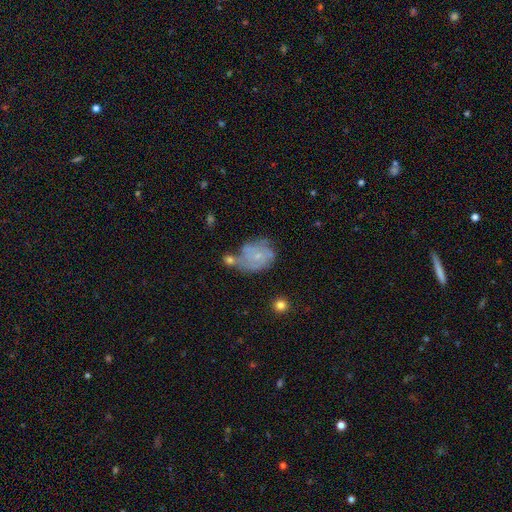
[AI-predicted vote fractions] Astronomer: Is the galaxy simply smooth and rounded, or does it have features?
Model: featured or disk — 66%.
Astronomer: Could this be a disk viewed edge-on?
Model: no — 98%.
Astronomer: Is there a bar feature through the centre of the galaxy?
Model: no — 72%.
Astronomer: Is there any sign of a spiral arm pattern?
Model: yes — 84%.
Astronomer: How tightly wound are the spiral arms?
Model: tight — 53% (runner-up: medium, 34%).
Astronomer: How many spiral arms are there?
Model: can't tell — 40% (runner-up: 2, 25%).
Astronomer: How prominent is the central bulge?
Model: small — 74%.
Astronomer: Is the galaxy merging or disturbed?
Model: none — 44% (runner-up: minor disturbance, 24%).